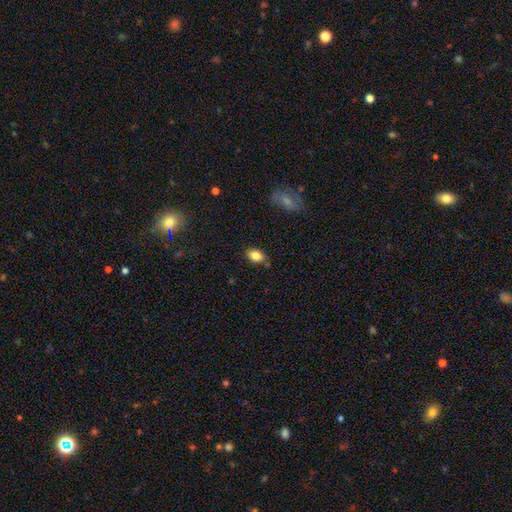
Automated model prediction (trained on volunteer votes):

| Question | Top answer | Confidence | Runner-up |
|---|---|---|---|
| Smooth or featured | smooth | 83% | star or artifact (9%) |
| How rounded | in between | 85% | round (13%) |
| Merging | none | 81% | minor disturbance (14%) |